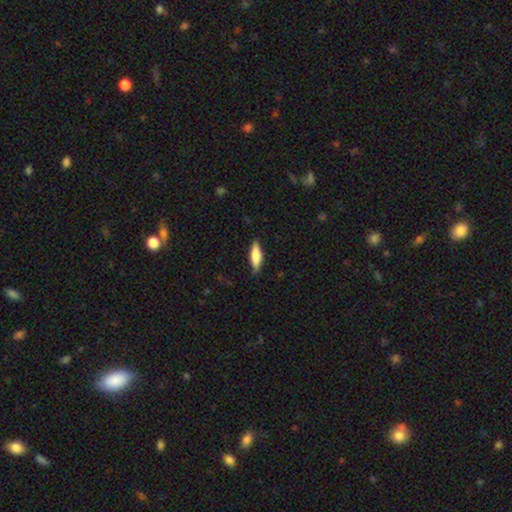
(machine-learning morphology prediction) type=smooth (77%); roundness=cigar-shaped (53%); merging=none (83%).